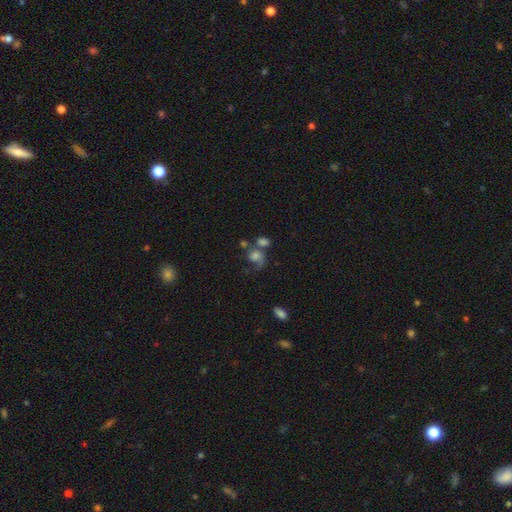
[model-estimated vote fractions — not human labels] Smooth or featured? Predicted: smooth (p=0.54). How rounded? Predicted: round (p=0.52). Merging? Predicted: merger (p=0.35).